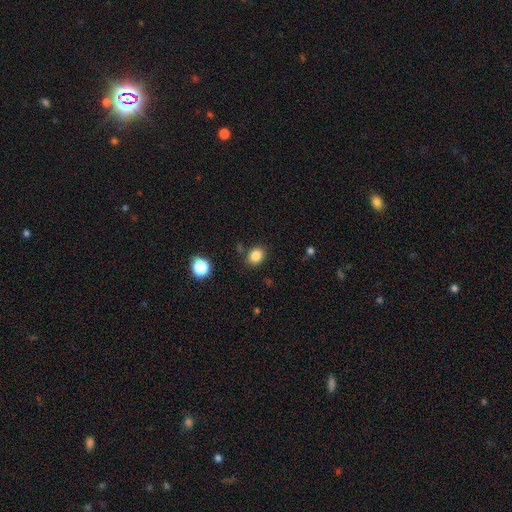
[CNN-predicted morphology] The model was most divided on "how rounded": round: 50%, in between: 49%, cigar-shaped: 1%. More confident: smooth or featured — smooth (83%); merging — none (83%).